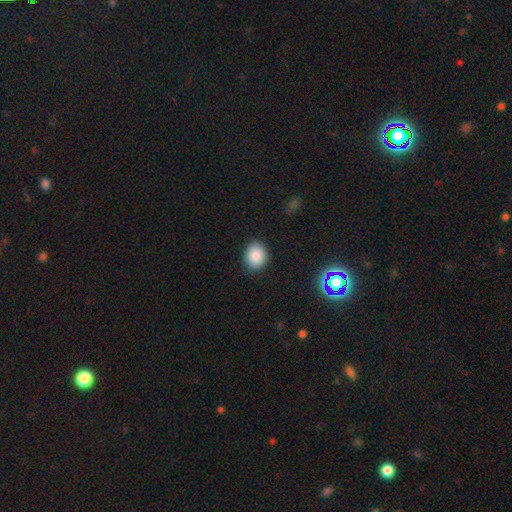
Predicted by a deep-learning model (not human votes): Overall: smooth (88%). How rounded: in between (50%; round 49%). Merging: none (87%).